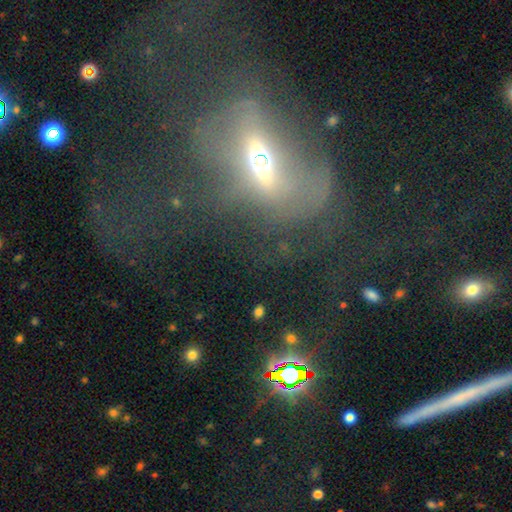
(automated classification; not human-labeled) smooth-or-featured: featured or disk: 53% | smooth: 28% | star or artifact: 19%
  disk-edge-on: no: 69% | yes: 31%
  merging: major disturbance: 52% | none: 28% | minor disturbance: 13% | merger: 7%